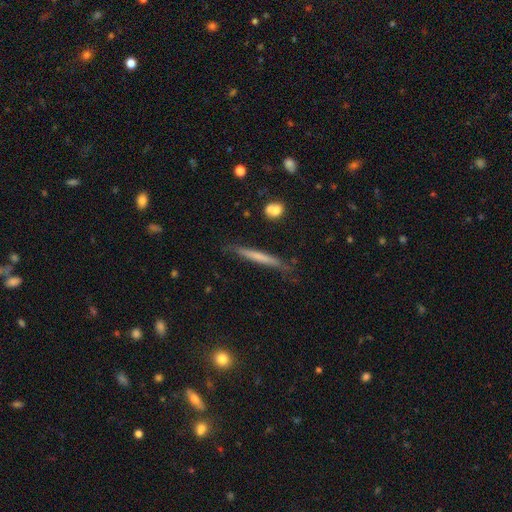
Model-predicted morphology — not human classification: The model was most divided on "smooth or featured": smooth: 52%, featured or disk: 41%, star or artifact: 7%. More confident: how rounded — cigar-shaped (96%); merging — none (80%).